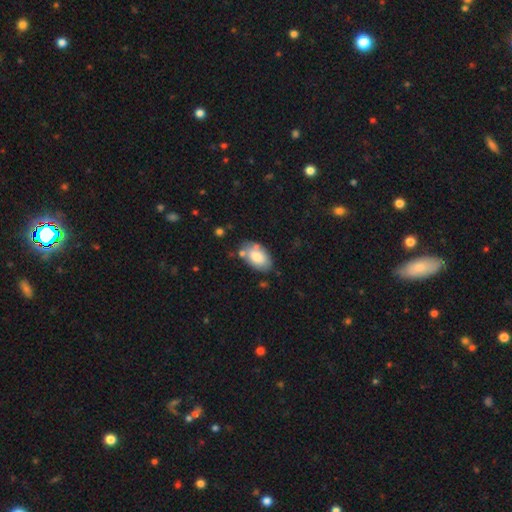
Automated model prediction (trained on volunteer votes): A smooth galaxy with no disk features (79%) that is in between round and cigar-shaped (93%). Merging: none (67%).